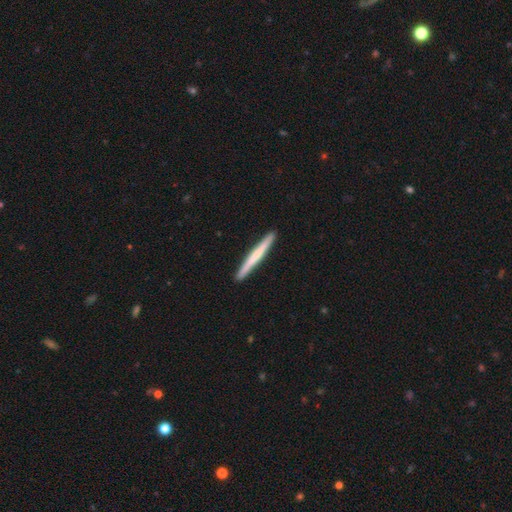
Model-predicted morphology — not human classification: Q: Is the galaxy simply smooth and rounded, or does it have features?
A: smooth — 52%.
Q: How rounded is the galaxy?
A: cigar-shaped — 97%.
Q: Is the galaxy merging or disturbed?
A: none — 93%.